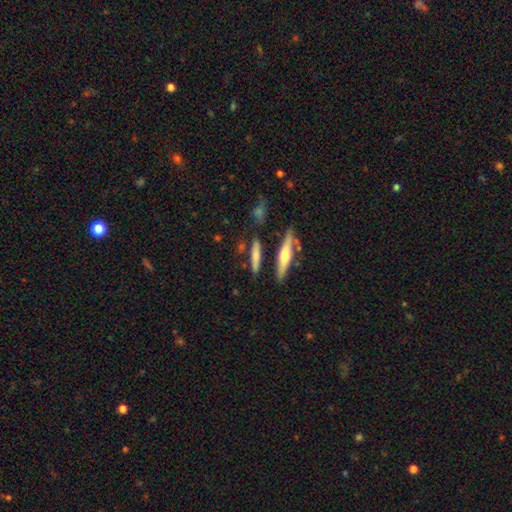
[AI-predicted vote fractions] Smooth or featured? smooth (60%)
How rounded? cigar-shaped (81%)
Merging? none (77%)